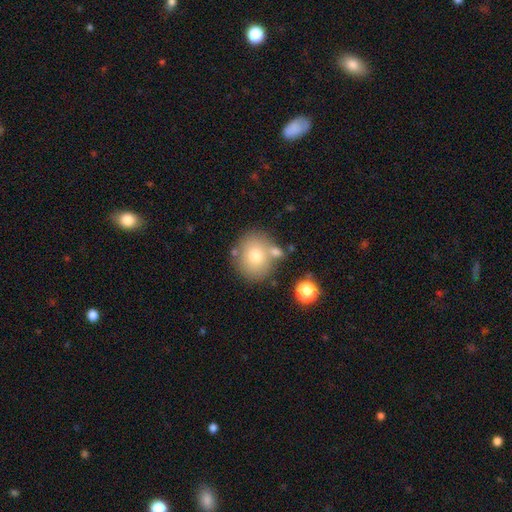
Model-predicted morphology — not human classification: Q: Smooth or featured?
A: smooth (72%); runner-up: featured or disk (17%)
Q: How rounded?
A: round (75%); runner-up: in between (24%)
Q: Merging?
A: none (68%); runner-up: merger (15%)